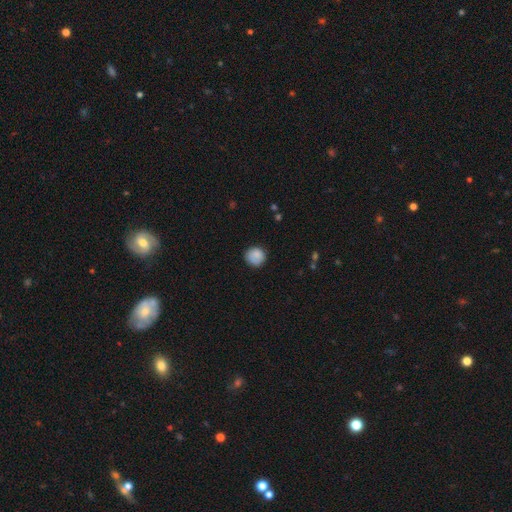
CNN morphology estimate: smooth_or_featured: smooth (p=0.86) [alt: star or artifact p=0.08]
how_rounded: round (p=0.91) [alt: in between p=0.08]
merging: none (p=0.81) [alt: minor disturbance p=0.14]